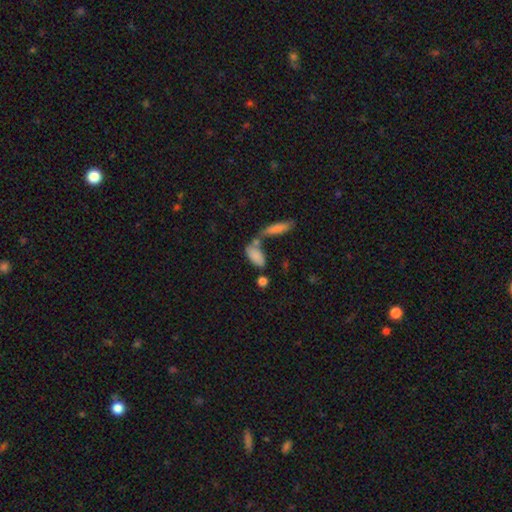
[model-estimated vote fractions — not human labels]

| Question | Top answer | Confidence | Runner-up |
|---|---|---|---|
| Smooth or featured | smooth | 80% | featured or disk (11%) |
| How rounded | in between | 83% | cigar-shaped (13%) |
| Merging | none | 40% | merger (38%) |